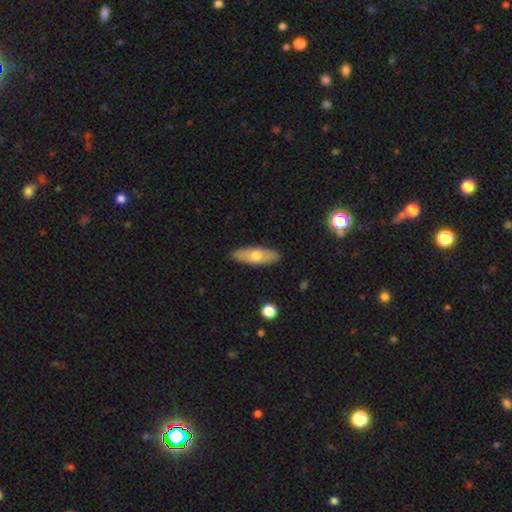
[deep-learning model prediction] smooth_or_featured: smooth (p=0.63) [alt: featured or disk p=0.31]
how_rounded: in between (p=0.60) [alt: cigar-shaped p=0.38]
merging: none (p=0.88) [alt: minor disturbance p=0.09]